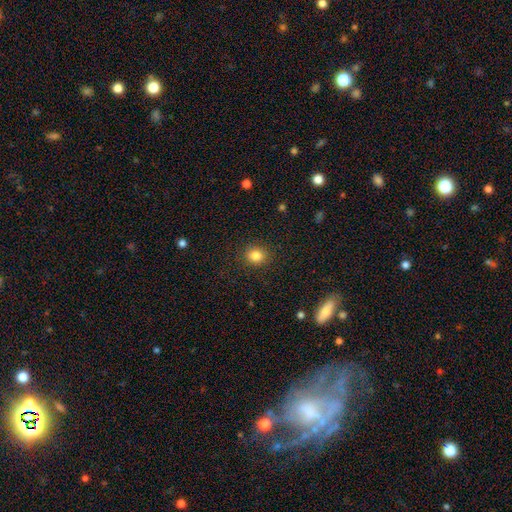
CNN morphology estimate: Smooth or featured? smooth (83%)
How rounded? round (79%)
Merging? none (89%)